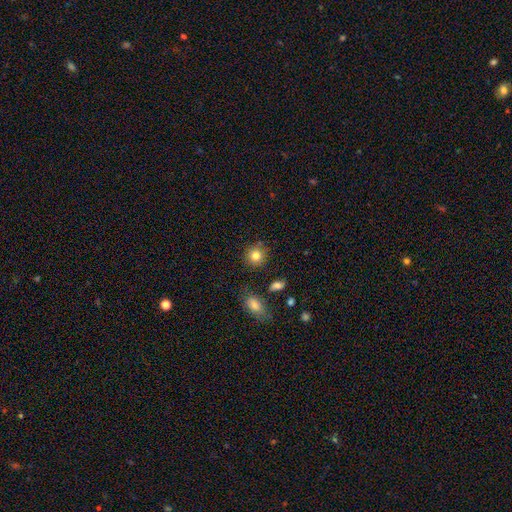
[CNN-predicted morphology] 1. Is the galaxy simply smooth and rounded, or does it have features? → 82% smooth, 10% star or artifact, 8% featured or disk.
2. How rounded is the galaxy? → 89% round, 10% in between, 1% cigar-shaped.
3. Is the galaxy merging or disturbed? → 84% none, 9% minor disturbance, 4% merger, 3% major disturbance.